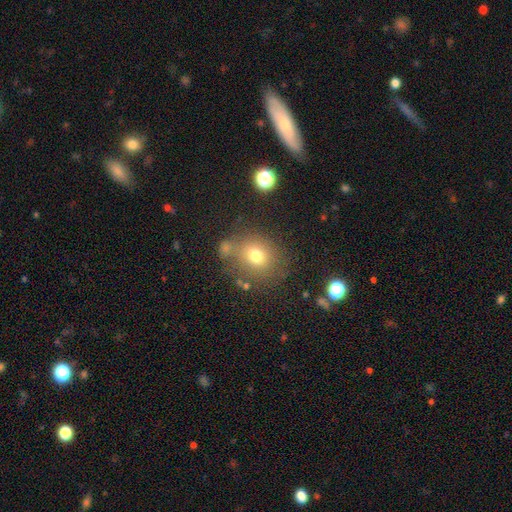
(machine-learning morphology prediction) type=smooth (71%); roundness=round (75%); merging=none (66%).